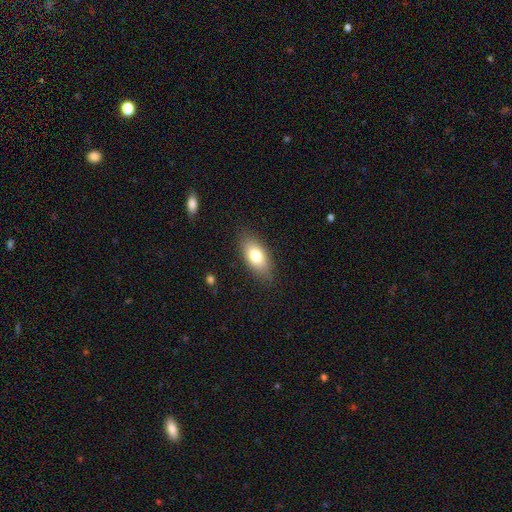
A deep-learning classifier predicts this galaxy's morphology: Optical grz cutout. It shows a smooth galaxy with no disk features (77%) that is in between round and cigar-shaped (88%). Merging: none (83%).